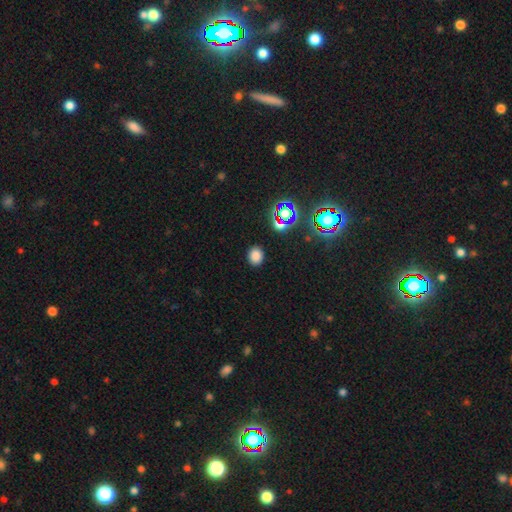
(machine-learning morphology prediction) Q: Smooth or featured?
A: smooth (78%); runner-up: star or artifact (17%)
Q: How rounded?
A: round (56%); runner-up: in between (43%)
Q: Merging?
A: none (89%); runner-up: minor disturbance (7%)